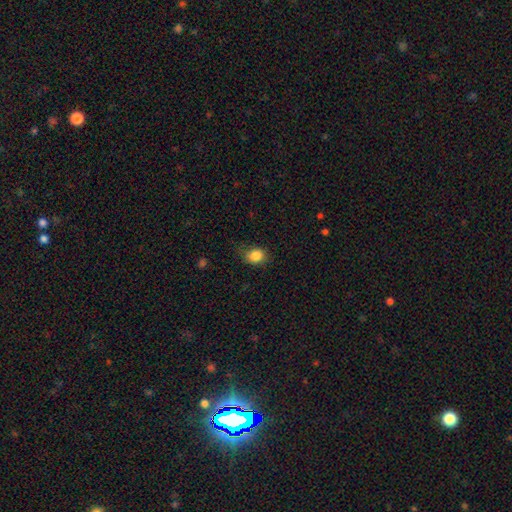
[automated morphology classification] smooth_or_featured: smooth (p=0.85) [alt: star or artifact p=0.10]
how_rounded: round (p=0.54) [alt: in between p=0.45]
merging: none (p=0.73) [alt: minor disturbance p=0.21]